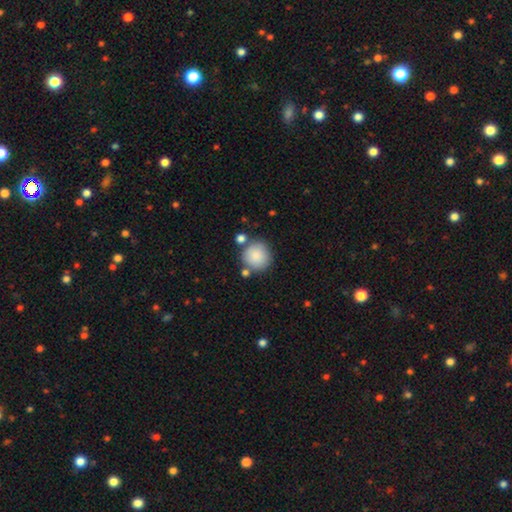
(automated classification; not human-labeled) smooth_or_featured: smooth (p=0.86) [alt: star or artifact p=0.08]
how_rounded: round (p=0.92) [alt: in between p=0.07]
merging: none (p=0.72) [alt: merger p=0.12]